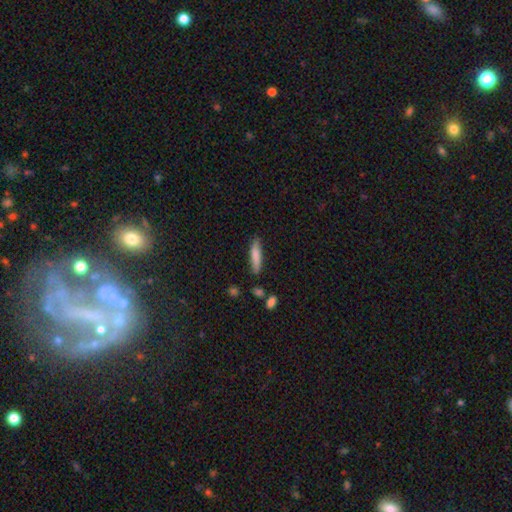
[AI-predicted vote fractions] Smooth or featured: smooth — 80% (featured or disk — 14%)
How rounded: cigar-shaped — 79% (in between — 19%)
Merging: none — 81% (minor disturbance — 13%)